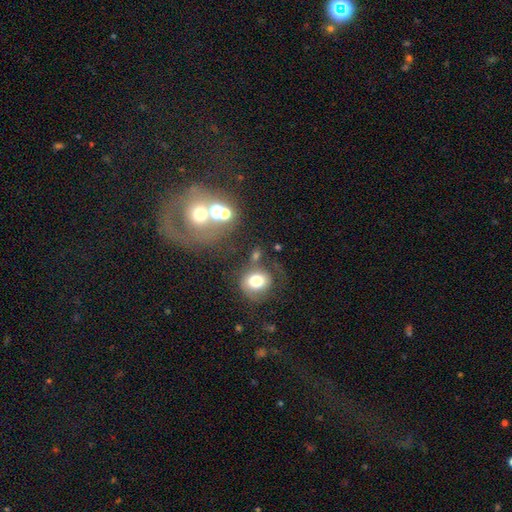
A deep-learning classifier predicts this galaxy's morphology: Overall: smooth (68%). How rounded: round (70%). Merging: none (54%; minor disturbance 18%).